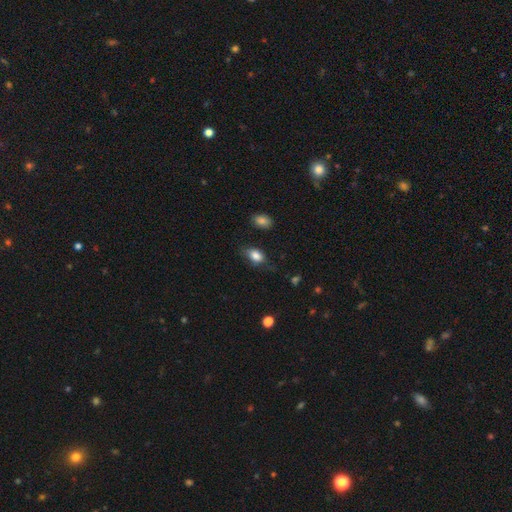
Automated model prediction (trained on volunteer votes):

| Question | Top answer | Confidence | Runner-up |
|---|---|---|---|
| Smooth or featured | smooth | 82% | featured or disk (9%) |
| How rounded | in between | 84% | round (13%) |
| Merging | none | 63% | minor disturbance (25%) |